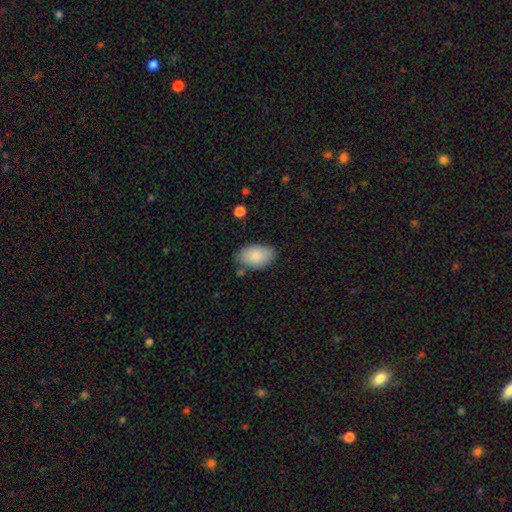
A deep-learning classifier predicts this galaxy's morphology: smooth 86%, featured or disk 7%, star or artifact 6%. Down the decision tree: how rounded — in between (93%); merging — none (75%).